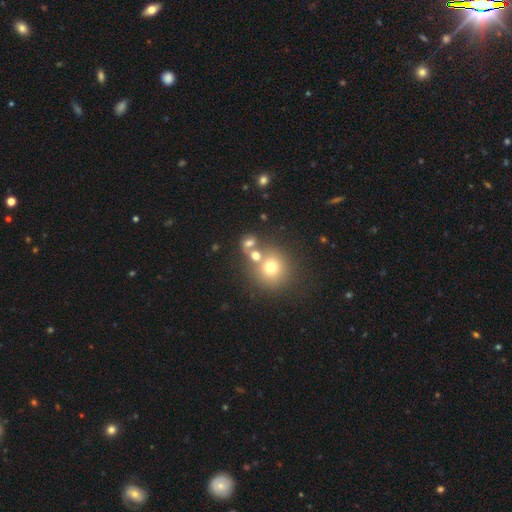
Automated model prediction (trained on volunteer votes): smooth-or-featured: smooth: 67% | featured or disk: 17% | star or artifact: 16%
  how-rounded: round: 76% | in between: 22% | cigar-shaped: 1%
  merging: none: 45% | merger: 41% | minor disturbance: 9% | major disturbance: 6%